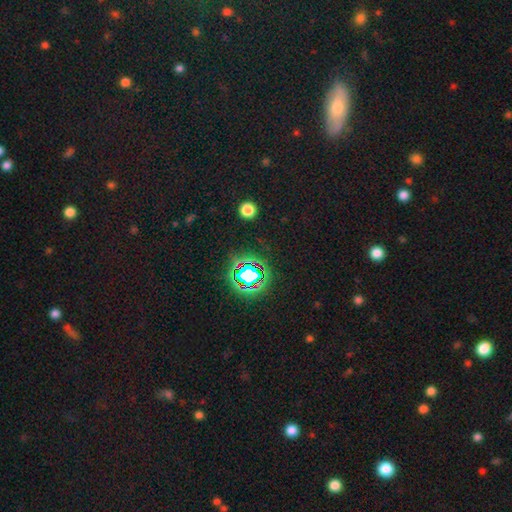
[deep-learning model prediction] A star or artifact, not a galaxy (73%).

Vote fractions:
- Smooth or featured? star or artifact: 73% / smooth: 17% / featured or disk: 10%